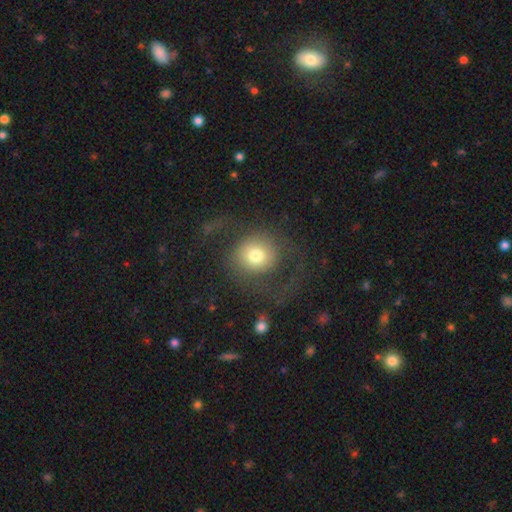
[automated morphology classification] A smooth galaxy with no disk features (62%) that is round (85%).

Vote fractions:
- Smooth or featured? smooth: 62% / featured or disk: 28% / star or artifact: 10%
- How rounded? round: 85% / in between: 14% / cigar-shaped: 1%
- Merging? none: 50% / major disturbance: 35% / minor disturbance: 13% / merger: 2%